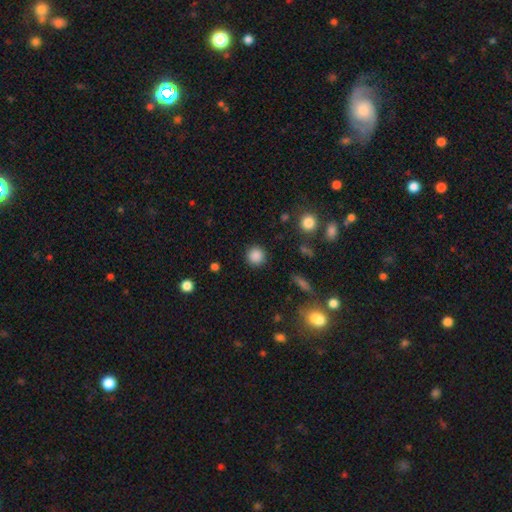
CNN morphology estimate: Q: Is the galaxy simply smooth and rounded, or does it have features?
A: smooth — 85%.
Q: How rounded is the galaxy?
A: round — 93%.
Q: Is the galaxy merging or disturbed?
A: none — 90%.